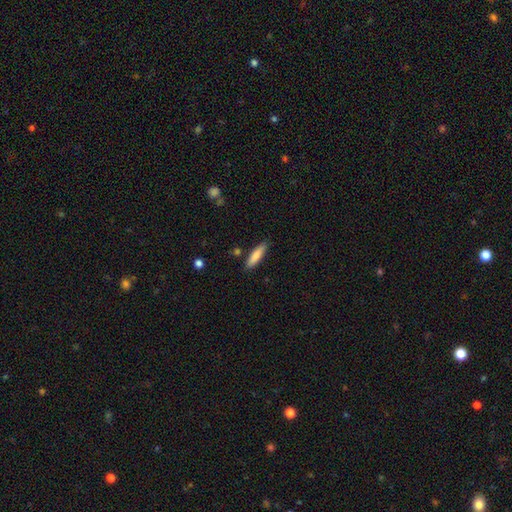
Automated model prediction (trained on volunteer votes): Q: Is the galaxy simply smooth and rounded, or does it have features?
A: smooth — 81%.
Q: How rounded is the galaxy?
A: cigar-shaped — 71%.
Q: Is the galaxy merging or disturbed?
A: none — 85%.